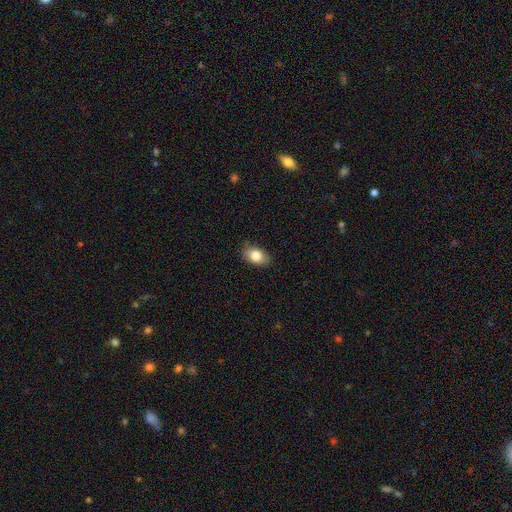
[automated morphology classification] A smooth galaxy with no disk features (82%) that is in between round and cigar-shaped (88%). Merging: none (82%).